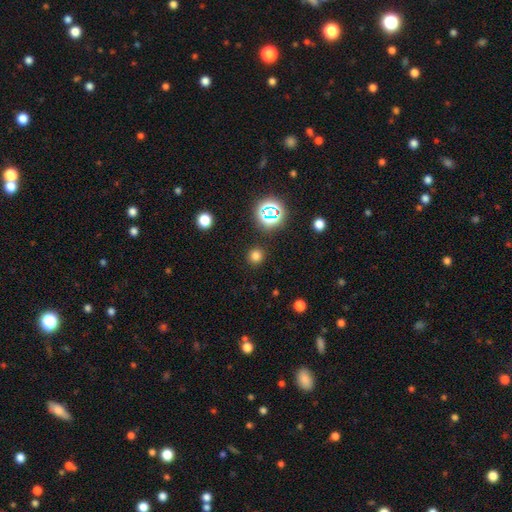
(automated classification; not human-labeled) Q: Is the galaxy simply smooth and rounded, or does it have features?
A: smooth — 74%.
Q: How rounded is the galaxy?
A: round — 92%.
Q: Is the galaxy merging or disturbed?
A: none — 90%.